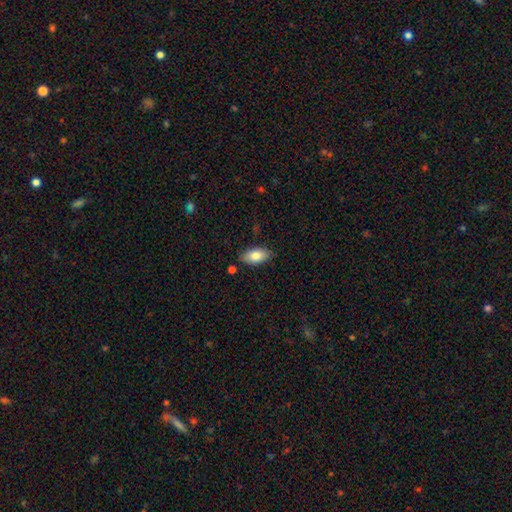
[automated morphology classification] smooth 81%, featured or disk 12%, star or artifact 7%. Down the decision tree: how rounded — in between (93%); merging — none (82%).